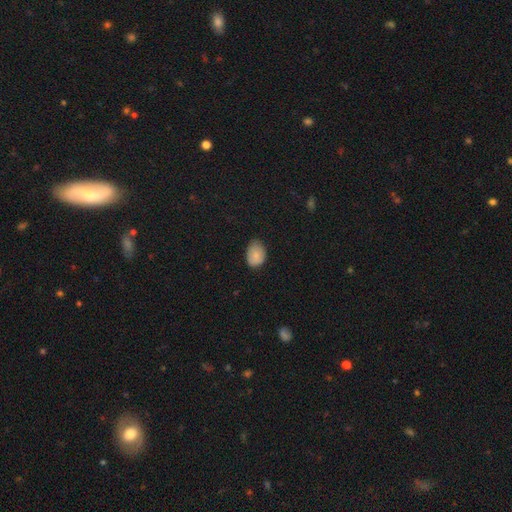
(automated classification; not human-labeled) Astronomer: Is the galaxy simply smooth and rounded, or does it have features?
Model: smooth — 80%.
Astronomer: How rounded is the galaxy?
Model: in between — 72%.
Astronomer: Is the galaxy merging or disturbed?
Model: none — 61%.